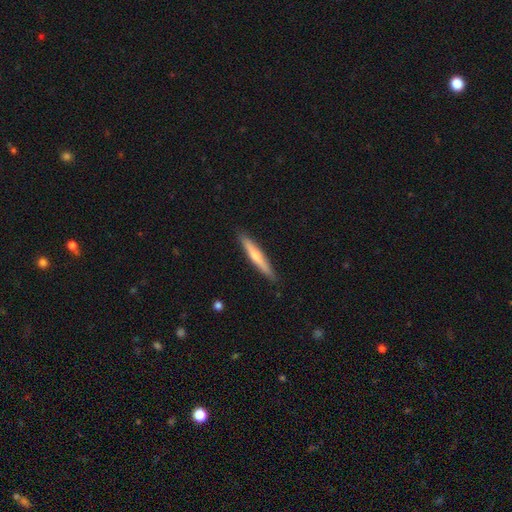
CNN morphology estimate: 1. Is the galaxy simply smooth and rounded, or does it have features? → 56% smooth, 39% featured or disk, 5% star or artifact.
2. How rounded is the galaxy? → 94% cigar-shaped, 5% in between, 1% round.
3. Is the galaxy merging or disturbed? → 89% none, 8% minor disturbance, 2% major disturbance, 1% merger.